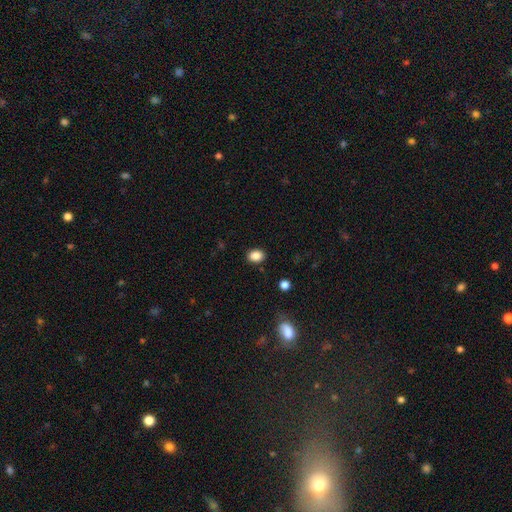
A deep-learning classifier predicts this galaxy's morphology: type=smooth (87%); roundness=in between (62%); merging=none (88%).